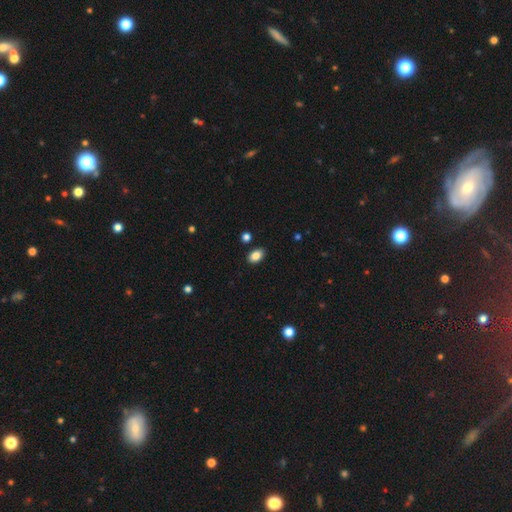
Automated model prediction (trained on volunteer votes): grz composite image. It shows a smooth galaxy with no disk features (86%) that is in between round and cigar-shaped (88%). Merging: none (87%).